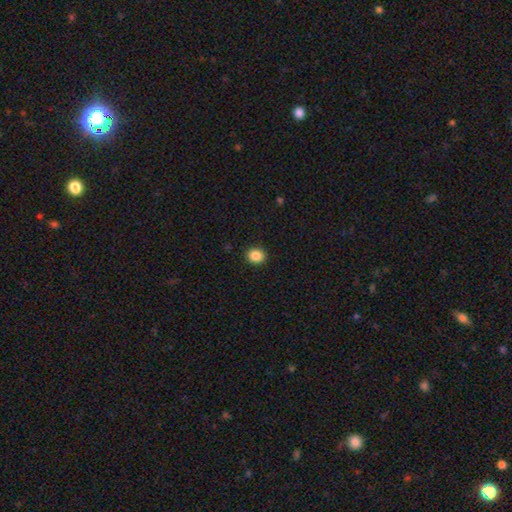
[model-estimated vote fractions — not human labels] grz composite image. It shows a smooth galaxy with no disk features (87%) that is round (79%). Merging: none (92%).